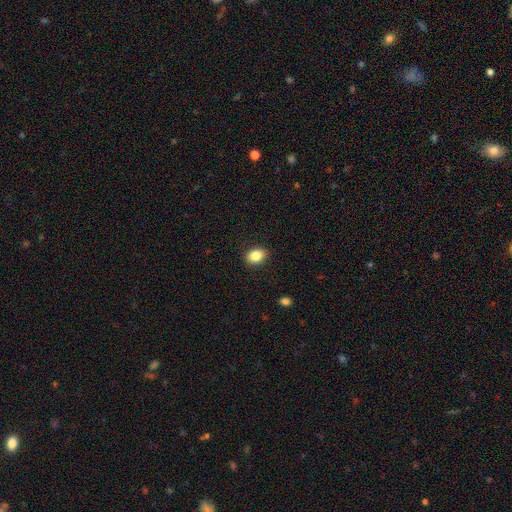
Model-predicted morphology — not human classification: A smooth galaxy with no disk features (85%) that is in between round and cigar-shaped (64%).

Vote fractions:
- Smooth or featured? smooth: 85% / star or artifact: 9% / featured or disk: 6%
- How rounded? in between: 64% / round: 35% / cigar-shaped: 1%
- Merging? none: 89% / minor disturbance: 8% / major disturbance: 2% / merger: 1%